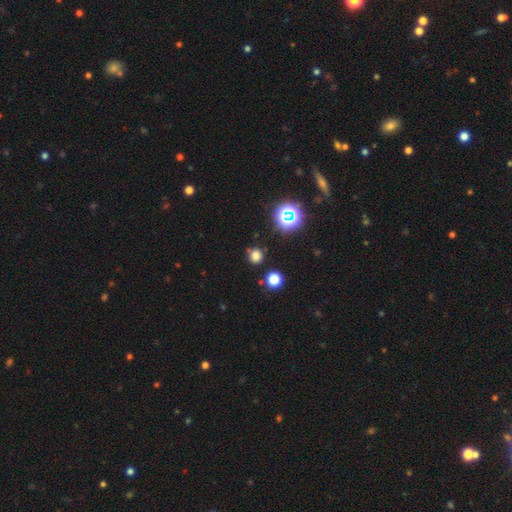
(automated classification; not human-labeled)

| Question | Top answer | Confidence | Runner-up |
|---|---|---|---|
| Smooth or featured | smooth | 70% | star or artifact (25%) |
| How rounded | round | 90% | in between (9%) |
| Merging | none | 84% | minor disturbance (9%) |